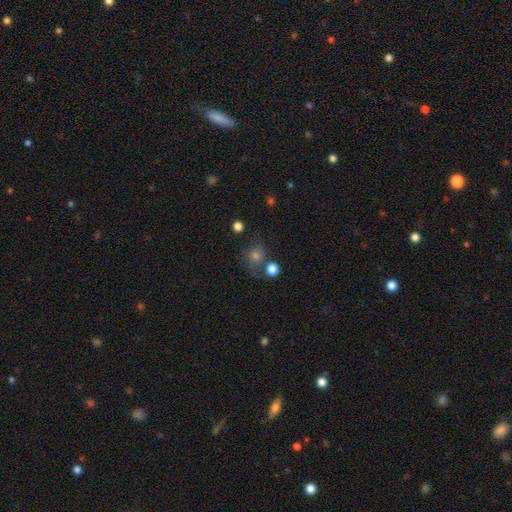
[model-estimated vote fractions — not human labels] smooth_or_featured: smooth (p=0.61) [alt: star or artifact p=0.23]
how_rounded: round (p=0.81) [alt: in between p=0.18]
merging: none (p=0.62) [alt: minor disturbance p=0.15]